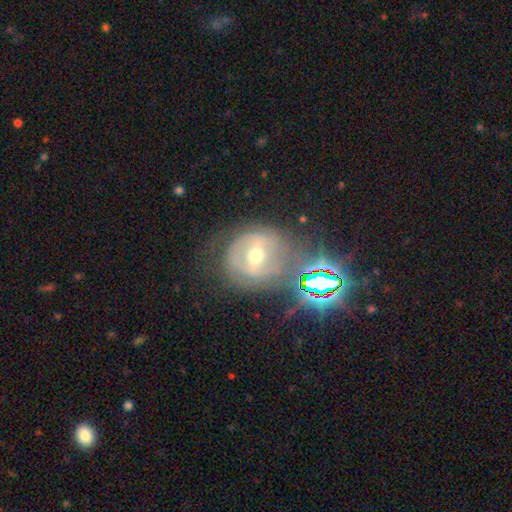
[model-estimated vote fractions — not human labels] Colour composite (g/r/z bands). It shows a featured or disk galaxy (63%) with a weak bar (40%, tied with strong), spiral arms (59%) and a moderate central bulge (63%). Merging: none (60%).